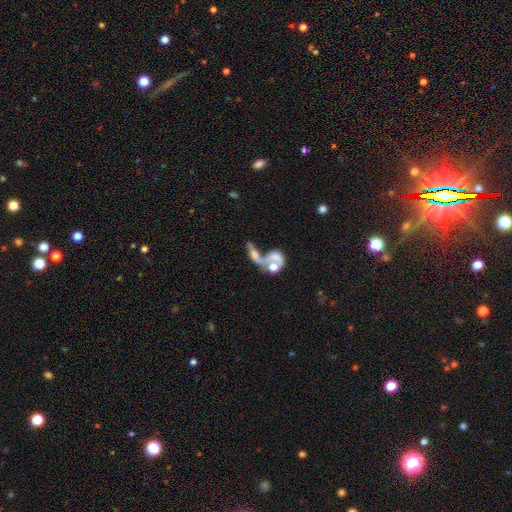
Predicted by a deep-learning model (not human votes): This appears to be a featured or disk galaxy (57%). Merging: merger (63%).